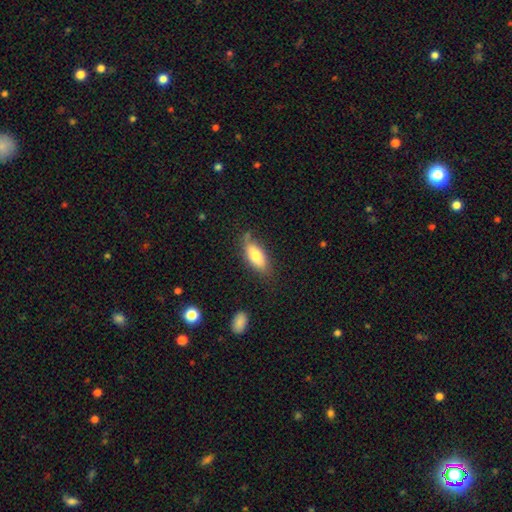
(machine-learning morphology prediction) Smooth or featured?
  - smooth: 75% *
  - featured or disk: 19%
  - star or artifact: 6%
How rounded?
  - in between: 73% *
  - cigar-shaped: 24%
  - round: 2%
Merging?
  - none: 71% *
  - minor disturbance: 21%
  - major disturbance: 5%
  - merger: 3%